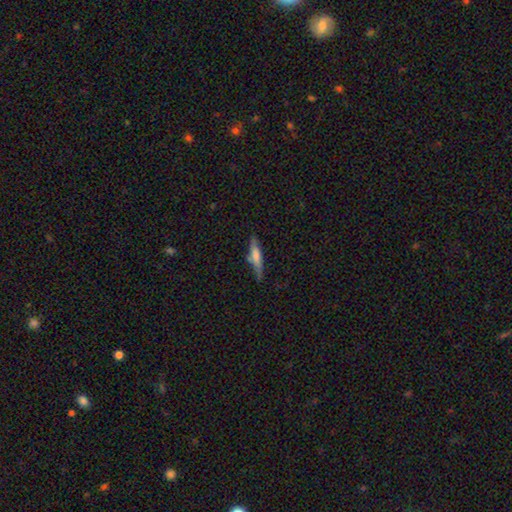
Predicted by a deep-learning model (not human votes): A smooth galaxy with no disk features (61%) that is cigar-shaped (84%). Merging: none (67%).